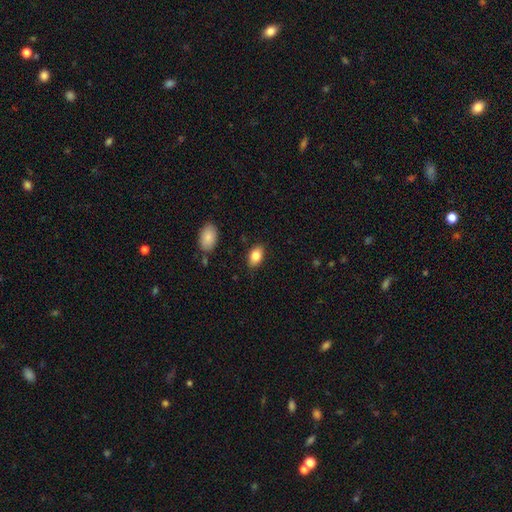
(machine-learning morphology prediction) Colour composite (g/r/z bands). It shows a smooth galaxy with no disk features (84%) that is in between round and cigar-shaped (89%). Merging: none (86%).